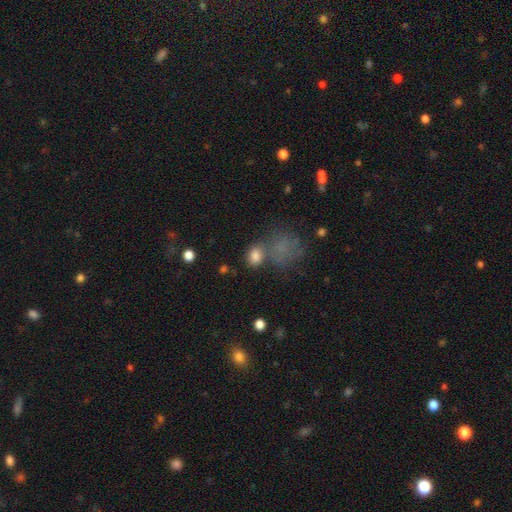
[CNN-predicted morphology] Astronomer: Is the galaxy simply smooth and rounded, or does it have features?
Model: smooth — 80%.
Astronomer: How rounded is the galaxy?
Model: in between — 65%.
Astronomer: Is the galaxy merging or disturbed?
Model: none — 52%.